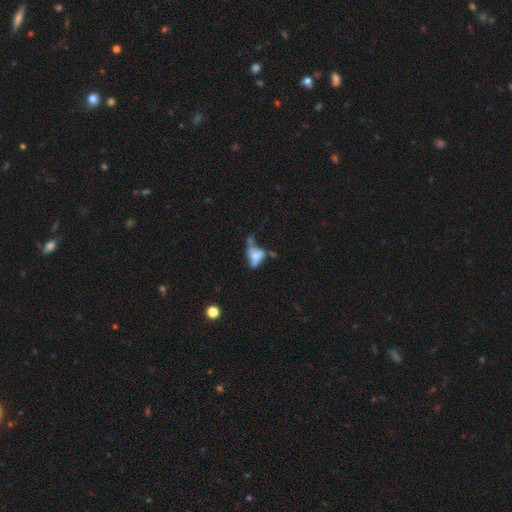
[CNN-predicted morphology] smooth-or-featured: smooth: 47% | featured or disk: 41% | star or artifact: 13%
  merging: major disturbance: 35% | merger: 27% | none: 21% | minor disturbance: 17%